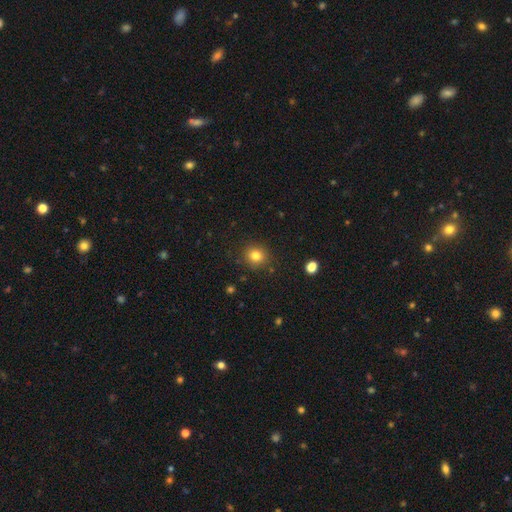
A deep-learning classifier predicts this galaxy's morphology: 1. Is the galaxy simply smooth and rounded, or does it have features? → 81% smooth, 12% star or artifact, 6% featured or disk.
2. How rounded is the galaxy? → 86% round, 13% in between, 1% cigar-shaped.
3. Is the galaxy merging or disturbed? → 87% none, 8% minor disturbance, 3% major disturbance, 2% merger.